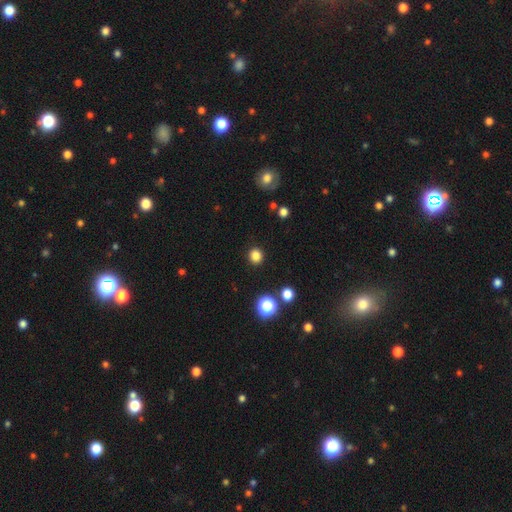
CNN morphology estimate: A smooth galaxy with no disk features (83%) that is round (89%).

Vote fractions:
- Smooth or featured? smooth: 83% / star or artifact: 13% / featured or disk: 3%
- How rounded? round: 89% / in between: 10% / cigar-shaped: 1%
- Merging? none: 91% / minor disturbance: 5% / major disturbance: 2% / merger: 1%